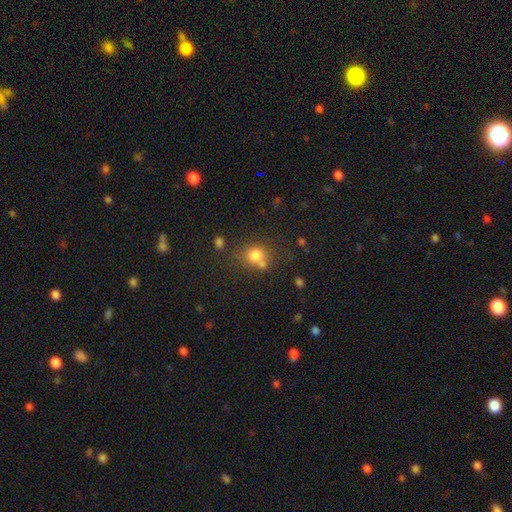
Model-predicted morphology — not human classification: A smooth galaxy with no disk features (77%) that is round (76%). Merging: none (51%).